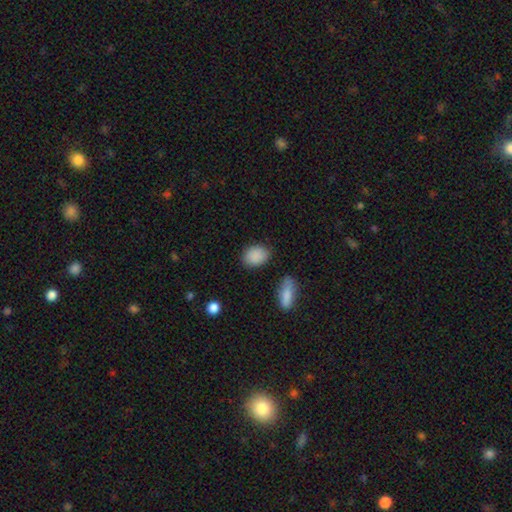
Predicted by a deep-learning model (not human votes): A smooth galaxy with no disk features (89%) that is in between round and cigar-shaped (72%).

Vote fractions:
- Smooth or featured? smooth: 89% / star or artifact: 7% / featured or disk: 4%
- How rounded? in between: 72% / round: 26% / cigar-shaped: 2%
- Merging? none: 82% / minor disturbance: 12% / major disturbance: 3% / merger: 3%